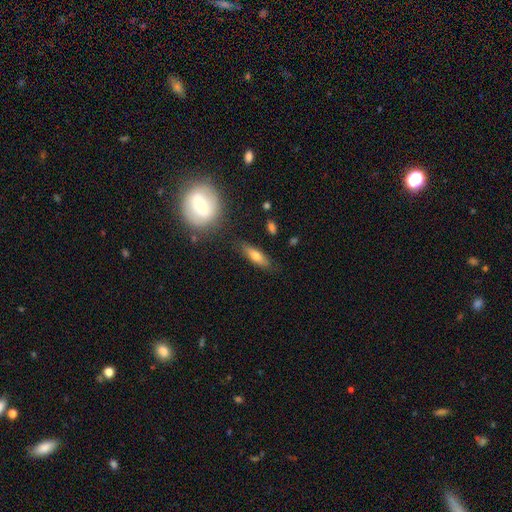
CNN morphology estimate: smooth-or-featured: smooth: 63% | featured or disk: 29% | star or artifact: 8%
  how-rounded: cigar-shaped: 50% | in between: 47% | round: 3%
  merging: none: 79% | minor disturbance: 15% | major disturbance: 3% | merger: 3%